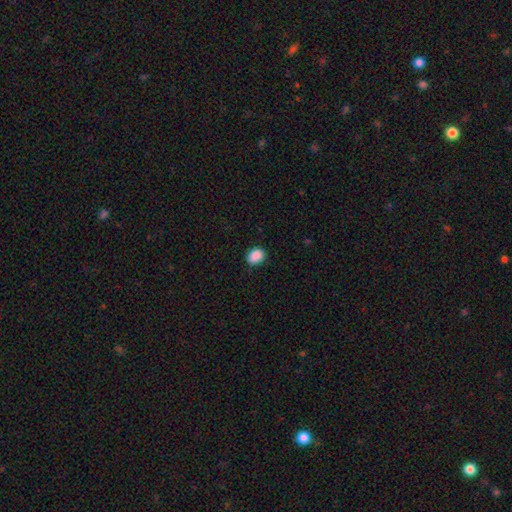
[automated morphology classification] smooth 89%, star or artifact 8%, featured or disk 3%. Down the decision tree: how rounded — in between (59%); merging — none (85%).